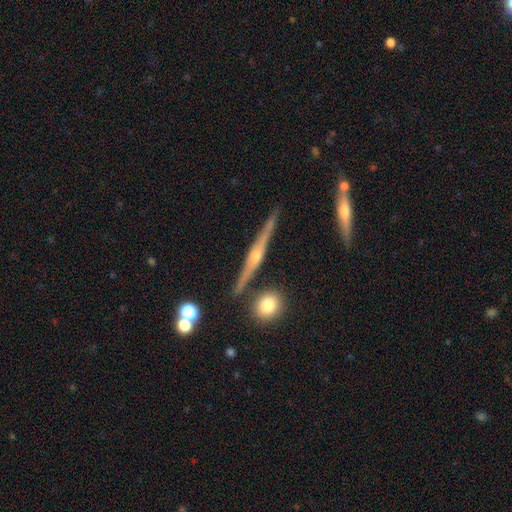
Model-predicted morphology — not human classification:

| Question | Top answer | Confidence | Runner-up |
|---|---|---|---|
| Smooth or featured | featured or disk | 82% | smooth (10%) |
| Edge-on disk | yes | 97% | no (3%) |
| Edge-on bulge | rounded | 90% | none (5%) |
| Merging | none | 85% | minor disturbance (8%) |